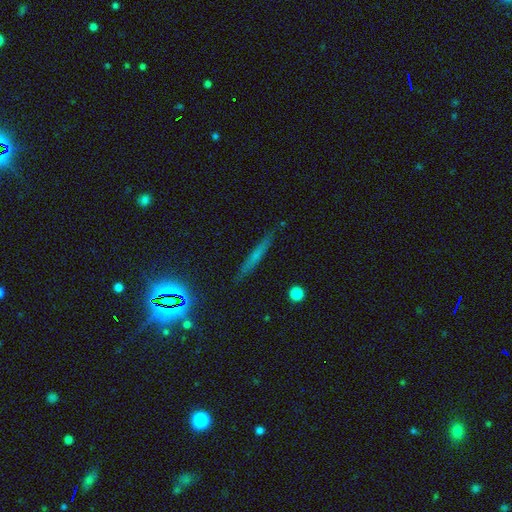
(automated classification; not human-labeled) Overall: smooth (44%; featured or disk 38%). Merging: none (86%).